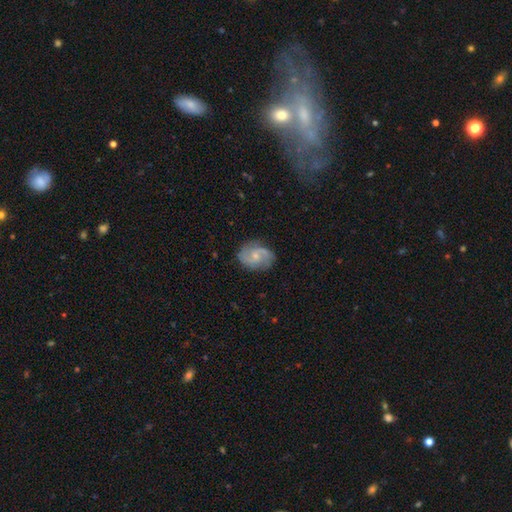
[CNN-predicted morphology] This is likely a featured or disk galaxy (76%). It is clearly not viewed edge-on (98%). Bar: possibly no (56%). Spiral arm pattern: clearly yes (95%). Spiral arm count: clearly 2 (81%). Spiral winding: possibly medium (50%). Central bulge: possibly small (59%). Merging: likely none (79%).